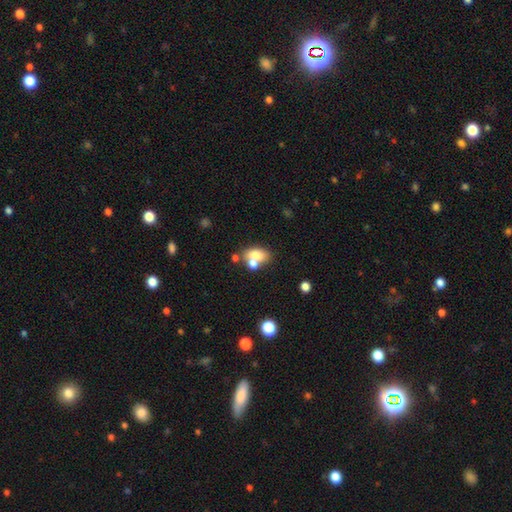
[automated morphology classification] smooth 72%, featured or disk 18%, star or artifact 10%. Down the decision tree: how rounded — in between (82%); merging — merger (42%).